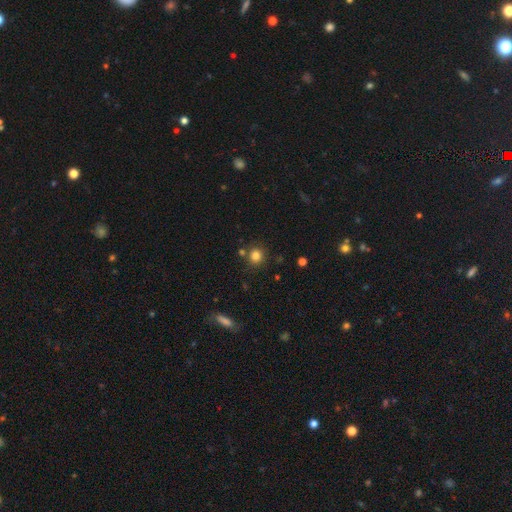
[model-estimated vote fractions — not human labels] Smooth or featured? Predicted: smooth (p=0.81). How rounded? Predicted: round (p=0.90). Merging? Predicted: none (p=0.80).